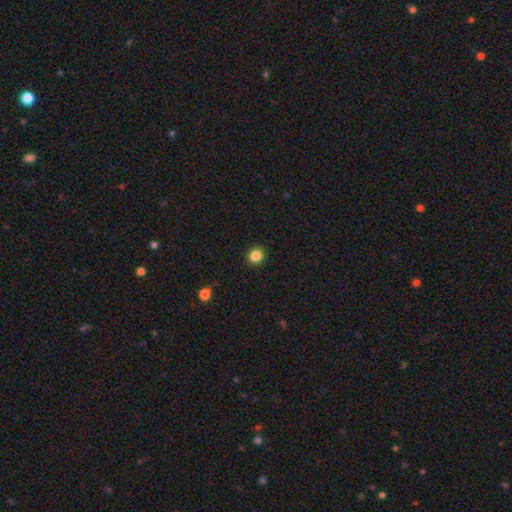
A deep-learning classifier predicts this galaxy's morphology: This appears to be a smooth galaxy with no disk features (86%) that is round (91%). Merging: none (92%).